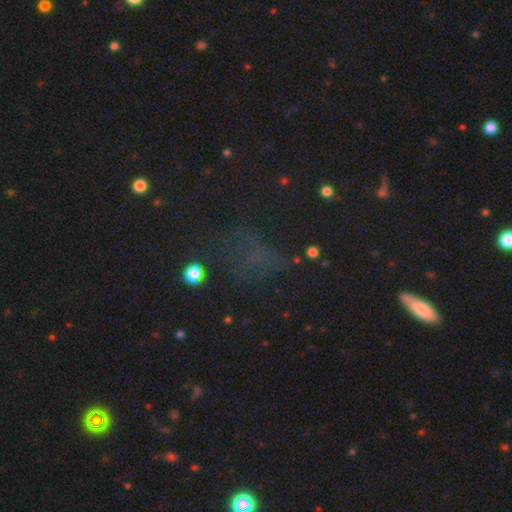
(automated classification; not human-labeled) Smooth or featured: star or artifact — 47% (smooth — 36%)